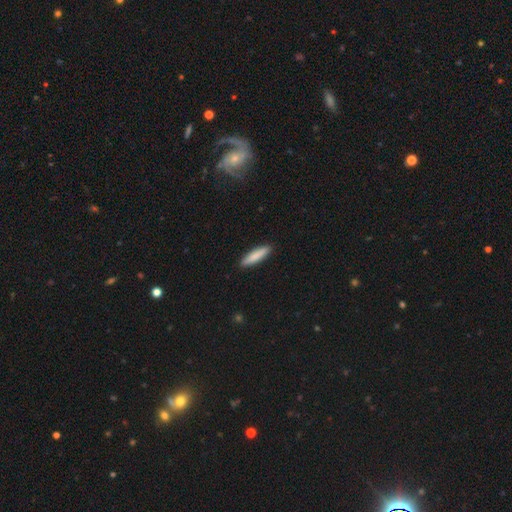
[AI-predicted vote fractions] Smooth or featured?
  - smooth: 83% *
  - featured or disk: 12%
  - star or artifact: 5%
How rounded?
  - cigar-shaped: 83% *
  - in between: 16%
  - round: 1%
Merging?
  - none: 91% *
  - minor disturbance: 6%
  - major disturbance: 1%
  - merger: 1%